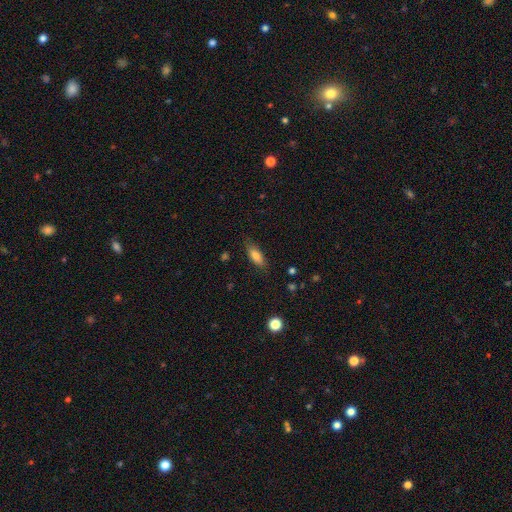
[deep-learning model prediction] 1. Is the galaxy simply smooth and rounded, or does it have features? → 79% smooth, 14% featured or disk, 8% star or artifact.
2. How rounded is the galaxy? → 71% in between, 26% cigar-shaped, 3% round.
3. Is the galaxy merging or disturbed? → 80% none, 15% minor disturbance, 3% major disturbance, 1% merger.